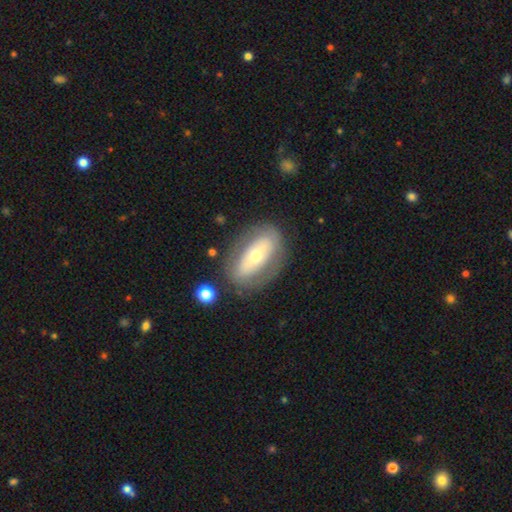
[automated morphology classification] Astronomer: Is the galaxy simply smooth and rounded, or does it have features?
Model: featured or disk — 55% (runner-up: smooth, 38%).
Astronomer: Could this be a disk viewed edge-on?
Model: no — 84%.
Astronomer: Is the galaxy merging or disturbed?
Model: none — 77%.